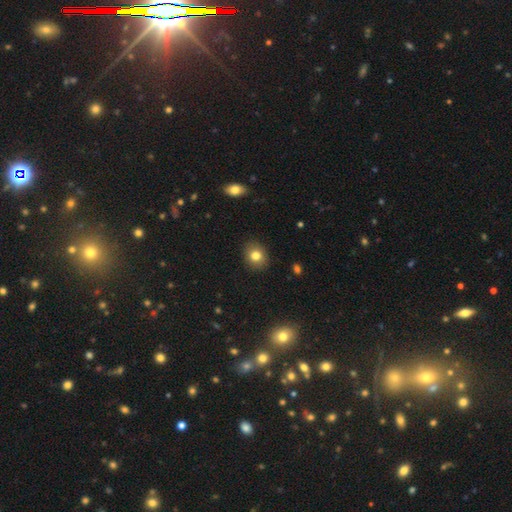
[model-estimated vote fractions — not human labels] smooth 80%, star or artifact 11%, featured or disk 9%. Down the decision tree: how rounded — round (69%); merging — none (89%).